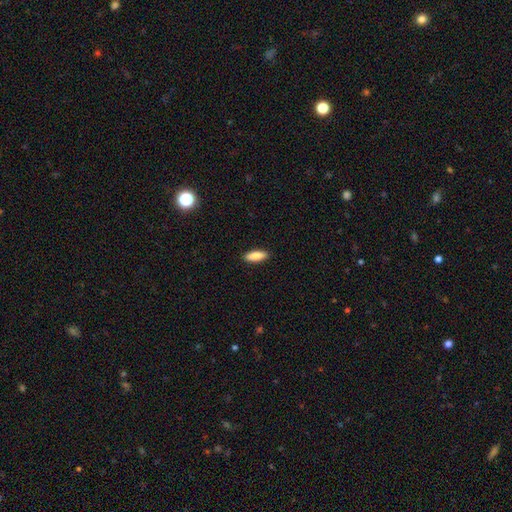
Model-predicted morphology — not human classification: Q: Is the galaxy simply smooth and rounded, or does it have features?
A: smooth — 86%.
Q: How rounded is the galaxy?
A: in between — 61%.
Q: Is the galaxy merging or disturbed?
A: none — 90%.